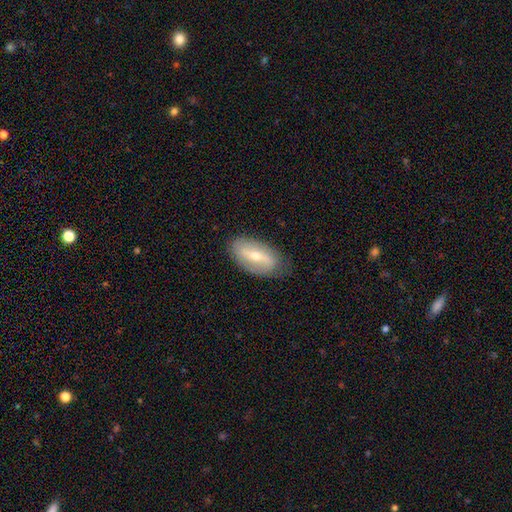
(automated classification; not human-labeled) A featured or disk galaxy (60%) with a strong bar (42%), spiral arms (65%) and a moderate central bulge (53%). Merging: none (80%).